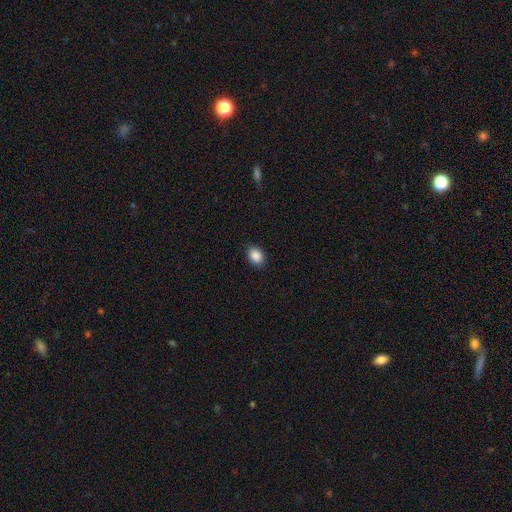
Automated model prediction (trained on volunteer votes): Overall: smooth (89%). How rounded: in between (70%). Merging: none (89%).